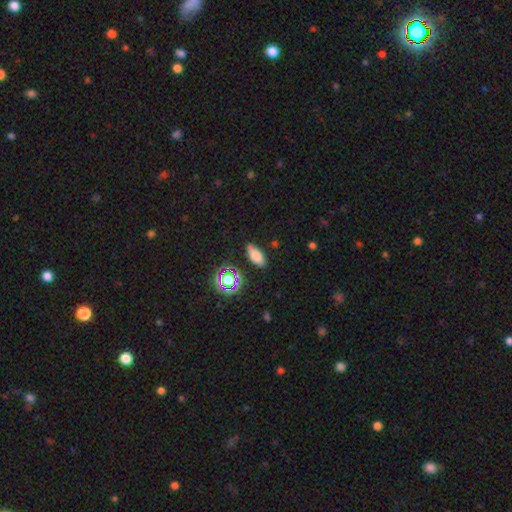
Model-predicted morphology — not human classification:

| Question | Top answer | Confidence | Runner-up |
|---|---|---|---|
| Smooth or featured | smooth | 74% | star or artifact (15%) |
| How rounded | in between | 81% | cigar-shaped (13%) |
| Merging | none | 81% | minor disturbance (13%) |